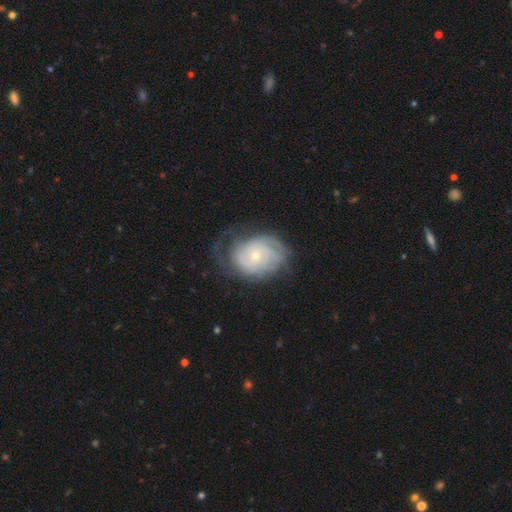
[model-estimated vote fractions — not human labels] A featured or disk galaxy (79%) with no bar (77%), tight (68%) spiral arms (92%) and a small central bulge (63%).

Vote fractions:
- Smooth or featured? featured or disk: 79% / smooth: 15% / star or artifact: 6%
- Edge-on disk? no: 97% / yes: 3%
- Bar? no: 77% / weak: 19% / strong: 3%
- Spiral arms? yes: 92% / no: 8%
- Spiral winding? tight: 68% / medium: 24% / loose: 8%
- Spiral arm count? can't tell: 44% / 2: 21% / 3: 15% / 4: 9% / 1: 5% / more than 4: 5%
- Bulge size? small: 63% / moderate: 34% / large: 2% / none: 1% / dominant: 1%
- Merging? none: 59% / minor disturbance: 23% / major disturbance: 16% / merger: 1%